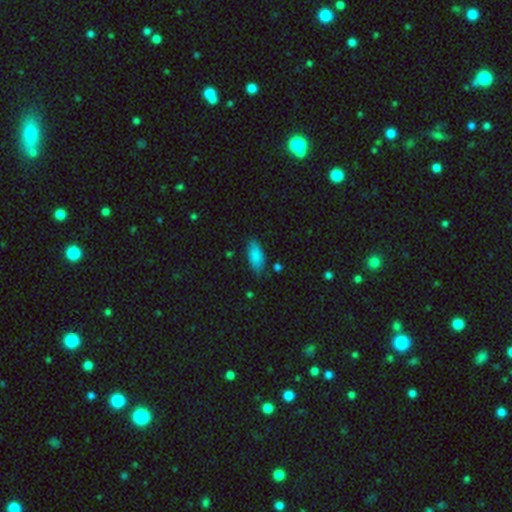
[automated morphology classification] This appears to be a smooth galaxy with no disk features (87%) that is in between round and cigar-shaped (88%). Merging: none (80%).